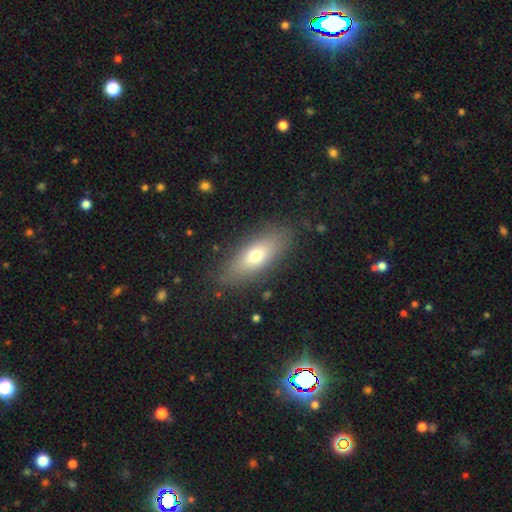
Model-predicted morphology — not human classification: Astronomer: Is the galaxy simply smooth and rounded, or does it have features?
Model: smooth — 67%.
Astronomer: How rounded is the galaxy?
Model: in between — 68%.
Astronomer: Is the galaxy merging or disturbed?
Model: none — 85%.